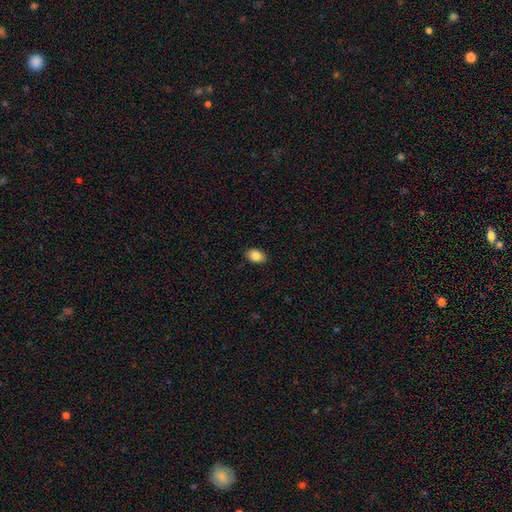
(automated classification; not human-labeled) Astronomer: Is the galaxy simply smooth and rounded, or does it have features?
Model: smooth — 85%.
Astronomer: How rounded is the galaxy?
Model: in between — 82%.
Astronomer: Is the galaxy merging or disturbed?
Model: none — 89%.